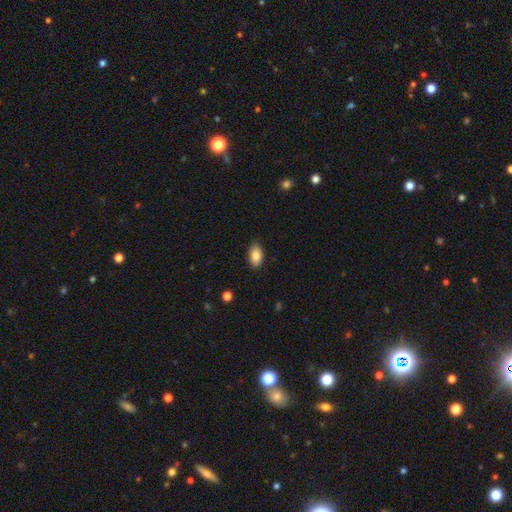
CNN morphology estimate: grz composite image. It shows a smooth galaxy with no disk features (86%) that is in between round and cigar-shaped (92%). Merging: none (86%).